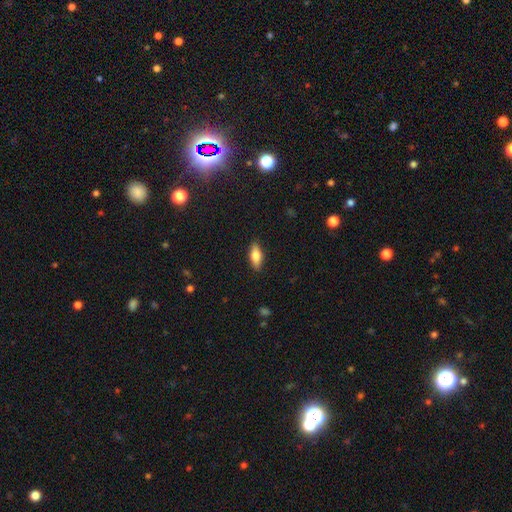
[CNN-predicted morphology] This appears to be a smooth galaxy with no disk features (72%) that is in between round and cigar-shaped (74%). Merging: none (88%).